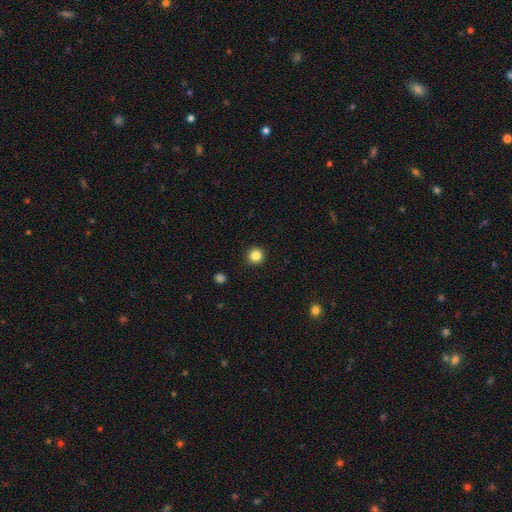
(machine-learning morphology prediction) This is clearly a smooth galaxy (85%). How rounded: clearly round (95%). Merging: clearly none (93%).